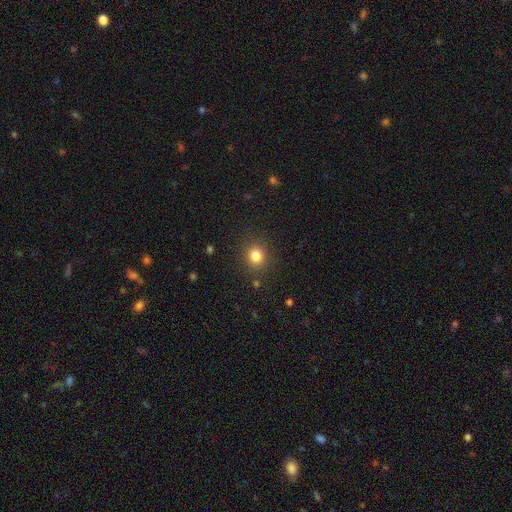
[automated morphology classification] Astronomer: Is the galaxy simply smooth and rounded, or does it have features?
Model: smooth — 82%.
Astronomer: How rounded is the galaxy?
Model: round — 83%.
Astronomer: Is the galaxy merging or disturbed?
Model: none — 88%.